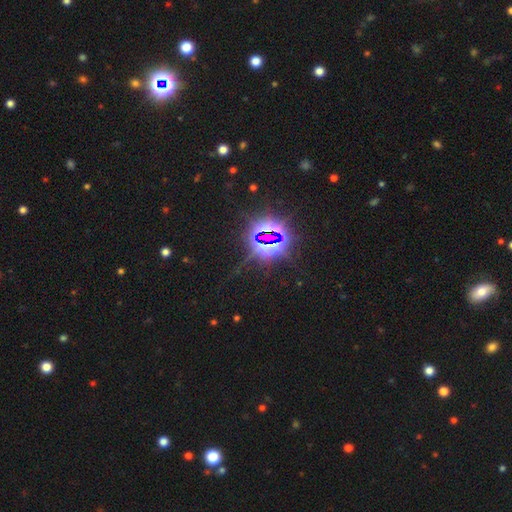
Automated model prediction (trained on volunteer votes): A star or artifact, not a galaxy (85%).

Vote fractions:
- Smooth or featured? star or artifact: 85% / smooth: 8% / featured or disk: 7%